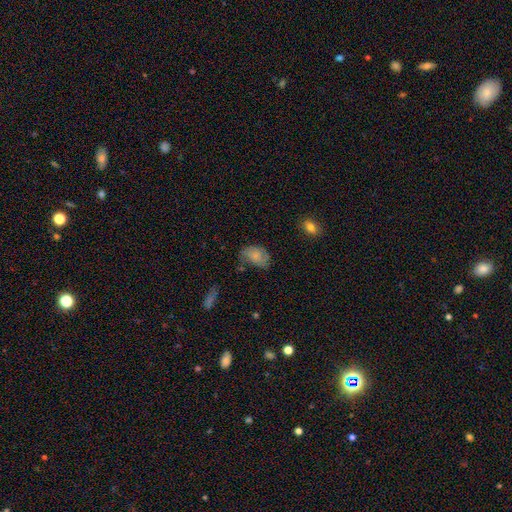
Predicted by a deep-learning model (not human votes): Smooth or featured?
  - smooth: 67% *
  - featured or disk: 25%
  - star or artifact: 8%
How rounded?
  - in between: 83% *
  - round: 15%
  - cigar-shaped: 1%
Merging?
  - none: 51% *
  - minor disturbance: 33%
  - major disturbance: 12%
  - merger: 4%